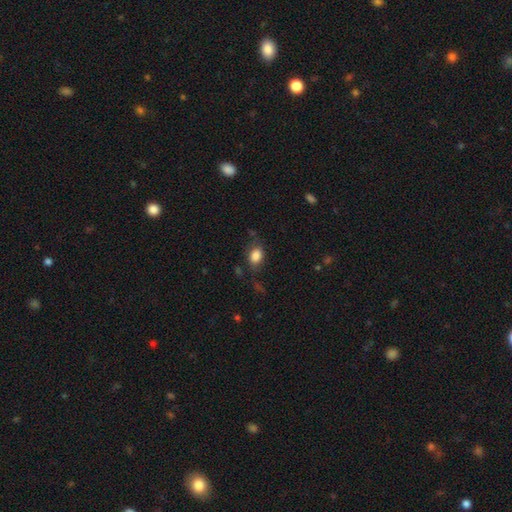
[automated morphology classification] smooth 84%, star or artifact 9%, featured or disk 7%. Down the decision tree: how rounded — in between (77%); merging — none (64%).